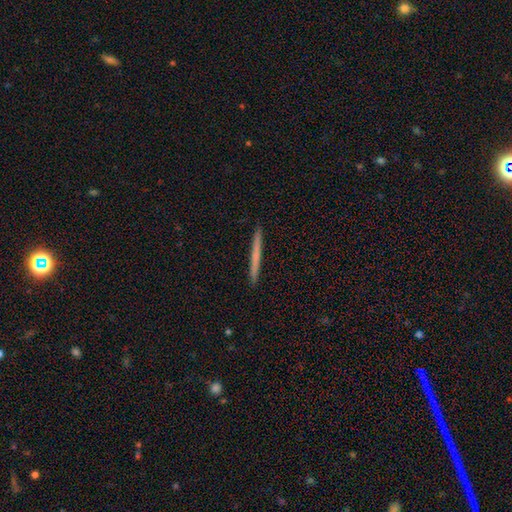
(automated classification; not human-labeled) Smooth or featured: smooth — 57% (featured or disk — 38%)
How rounded: cigar-shaped — 97% (in between — 1%)
Merging: none — 94% (minor disturbance — 4%)